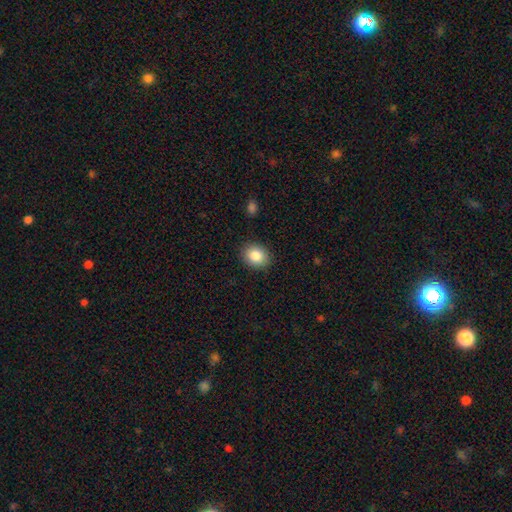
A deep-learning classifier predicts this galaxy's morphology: type=smooth (85%); roundness=round (51%); merging=none (88%).